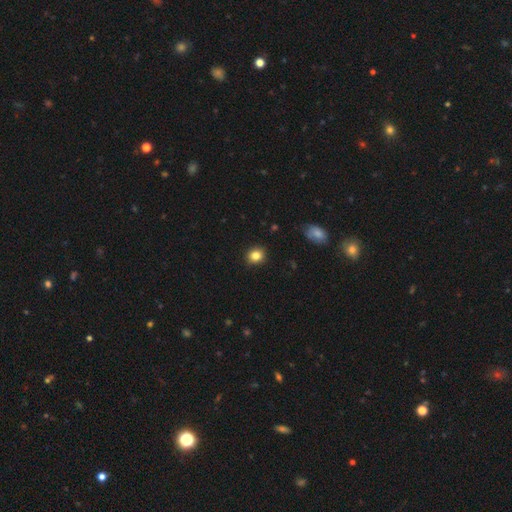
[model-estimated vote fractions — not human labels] This is clearly a smooth galaxy (83%). How rounded: clearly round (81%). Merging: clearly none (90%).